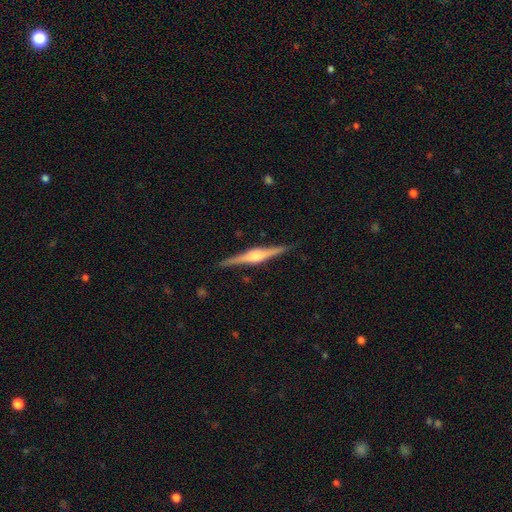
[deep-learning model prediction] A featured or disk galaxy (82%) viewed edge-on (98%) with a rounded central bulge (85%).

Vote fractions:
- Smooth or featured? featured or disk: 82% / smooth: 13% / star or artifact: 5%
- Edge-on disk? yes: 98% / no: 2%
- Edge-on bulge? rounded: 85% / boxy: 12% / none: 3%
- Merging? none: 91% / minor disturbance: 7% / major disturbance: 1% / merger: 1%